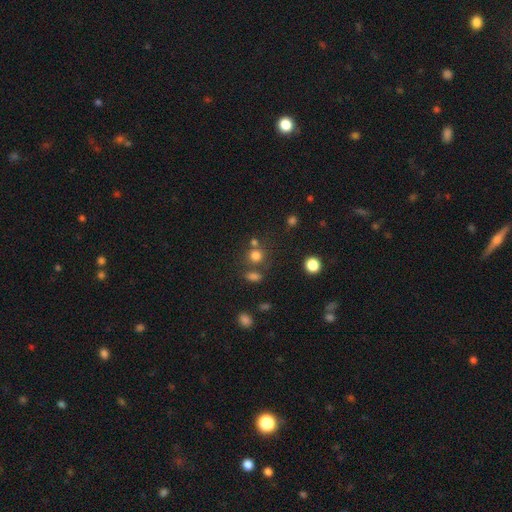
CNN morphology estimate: A smooth galaxy with no disk features (75%) that is round (83%).

Vote fractions:
- Smooth or featured? smooth: 75% / star or artifact: 18% / featured or disk: 7%
- How rounded? round: 83% / in between: 15% / cigar-shaped: 1%
- Merging? none: 64% / merger: 21% / minor disturbance: 10% / major disturbance: 5%